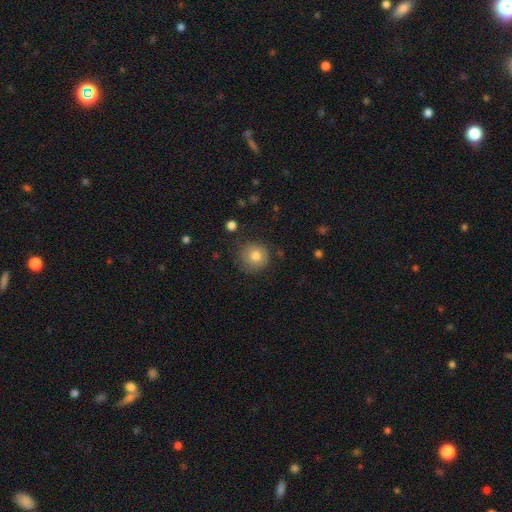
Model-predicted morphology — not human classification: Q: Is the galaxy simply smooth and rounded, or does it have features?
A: smooth — 79%.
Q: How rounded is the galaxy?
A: round — 94%.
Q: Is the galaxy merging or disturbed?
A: none — 79%.